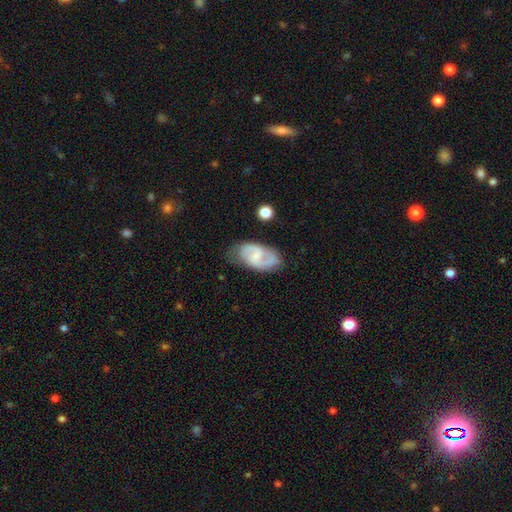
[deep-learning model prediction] This is likely a featured or disk galaxy (73%). It is clearly not viewed edge-on (96%). Bar: possibly weak (52%). Spiral arm pattern: clearly yes (92%). Spiral arm count: clearly 2 (84%). Spiral winding: possibly medium (51%). Central bulge: possibly small (60%). Merging: likely none (70%).